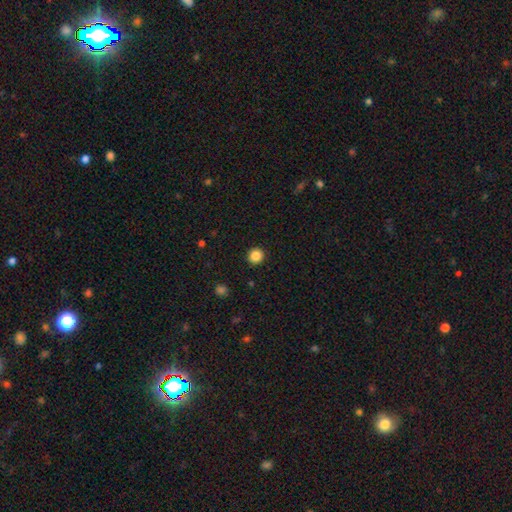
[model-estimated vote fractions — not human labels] A smooth galaxy with no disk features (87%) that is round (93%). Merging: none (93%).